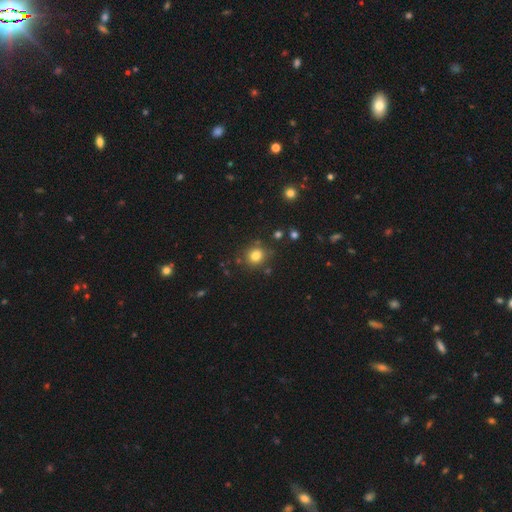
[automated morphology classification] Smooth or featured? Predicted: smooth (p=0.81). How rounded? Predicted: round (p=0.84). Merging? Predicted: none (p=0.81).